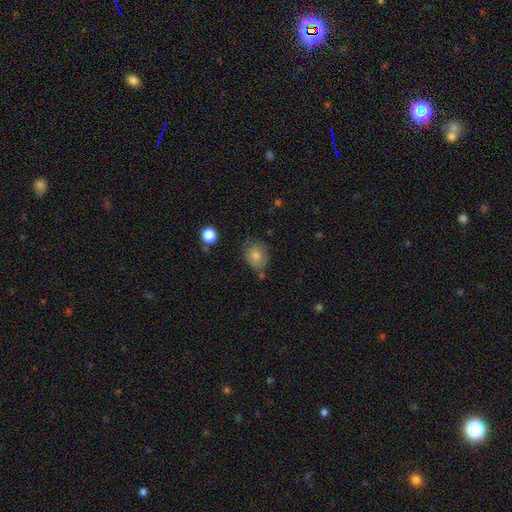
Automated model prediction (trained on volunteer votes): Q: Smooth or featured?
A: smooth (78%); runner-up: featured or disk (12%)
Q: How rounded?
A: round (51%); runner-up: in between (48%)
Q: Merging?
A: none (60%); runner-up: minor disturbance (27%)